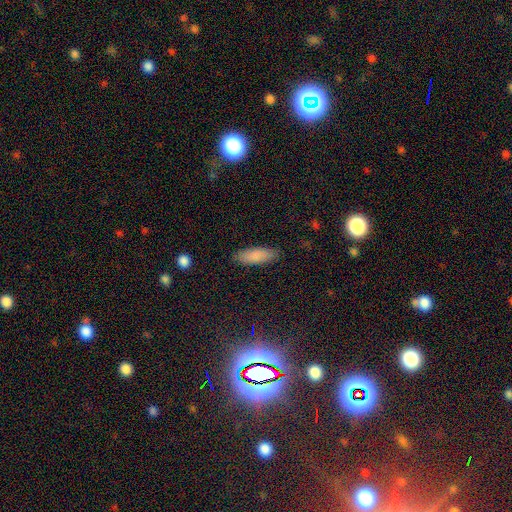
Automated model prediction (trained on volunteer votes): smooth-or-featured: smooth: 86% | featured or disk: 7% | star or artifact: 7%
  how-rounded: in between: 59% | cigar-shaped: 40% | round: 2%
  merging: none: 86% | minor disturbance: 10% | major disturbance: 2% | merger: 1%